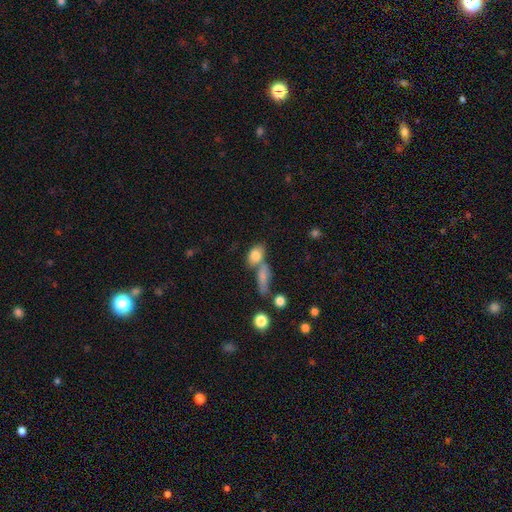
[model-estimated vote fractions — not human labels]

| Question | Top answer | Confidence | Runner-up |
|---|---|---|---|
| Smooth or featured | smooth | 79% | featured or disk (13%) |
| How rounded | in between | 76% | round (17%) |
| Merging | none | 45% | merger (38%) |